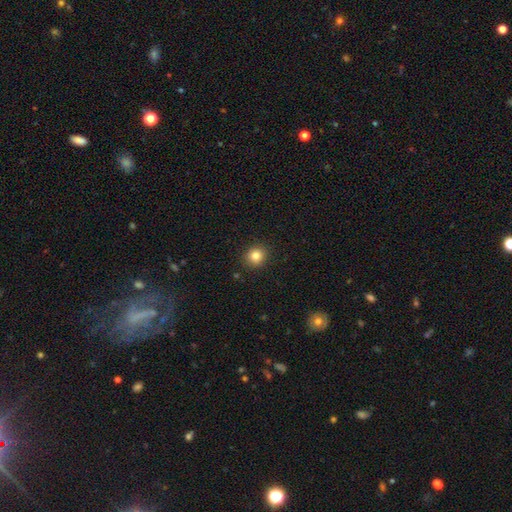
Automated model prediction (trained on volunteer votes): This is clearly a smooth galaxy (83%). How rounded: clearly round (85%). Merging: clearly none (90%).